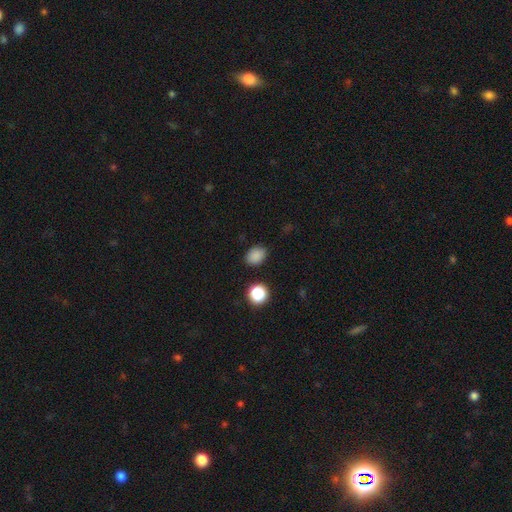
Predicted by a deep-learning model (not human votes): The model was most divided on "how rounded": in between: 68%, round: 31%, cigar-shaped: 1%. More confident: smooth or featured — smooth (85%); merging — none (85%).